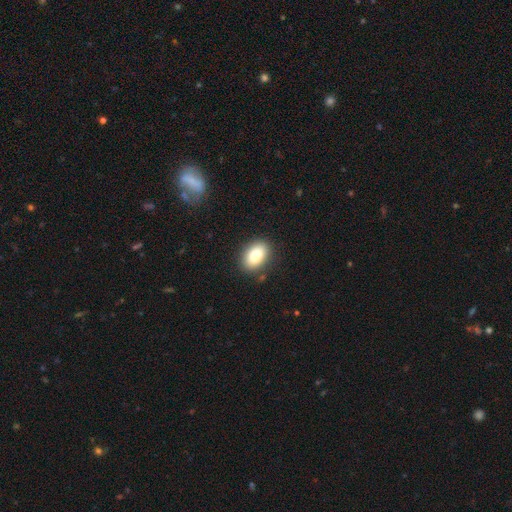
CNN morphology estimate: This appears to be a smooth galaxy with no disk features (80%) that is in between round and cigar-shaped (82%). Merging: none (87%).